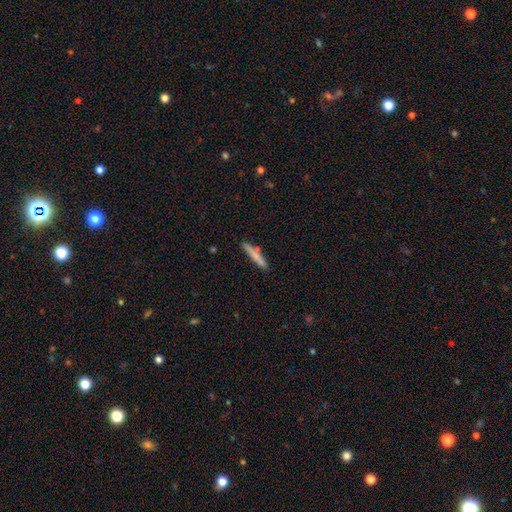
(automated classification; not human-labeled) smooth-or-featured: smooth: 74% | featured or disk: 19% | star or artifact: 6%
  how-rounded: cigar-shaped: 94% | in between: 5% | round: 1%
  merging: none: 80% | minor disturbance: 12% | merger: 5% | major disturbance: 2%